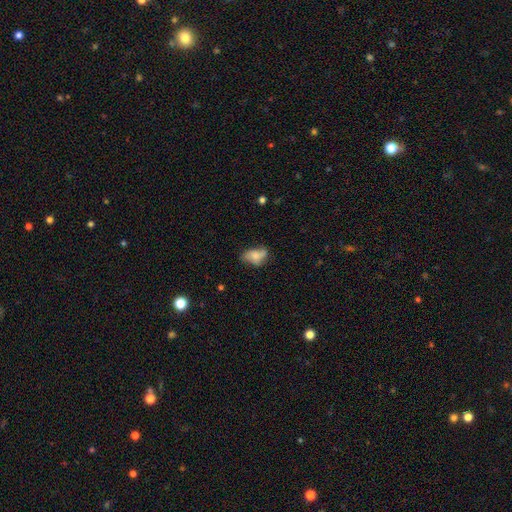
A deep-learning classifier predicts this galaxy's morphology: Smooth or featured? smooth (55%)
How rounded? in between (86%)
Merging? none (45%)